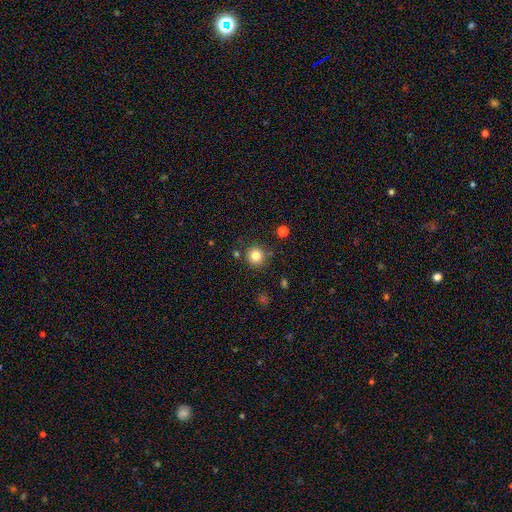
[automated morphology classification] Smooth or featured? Predicted: smooth (p=0.81). How rounded? Predicted: round (p=0.93). Merging? Predicted: none (p=0.85).